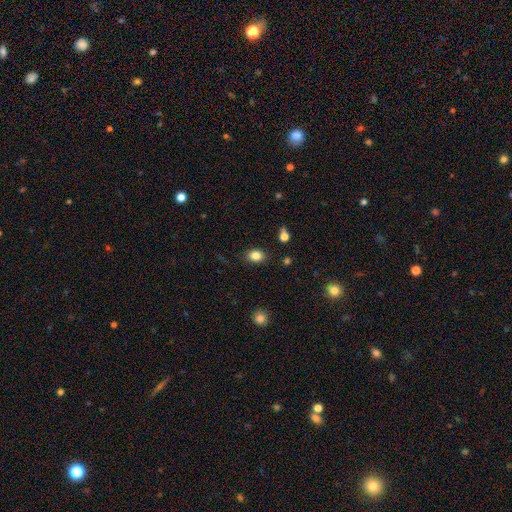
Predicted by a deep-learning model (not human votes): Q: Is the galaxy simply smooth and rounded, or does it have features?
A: smooth — 84%.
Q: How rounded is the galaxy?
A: in between — 66%.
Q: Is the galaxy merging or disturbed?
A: none — 85%.